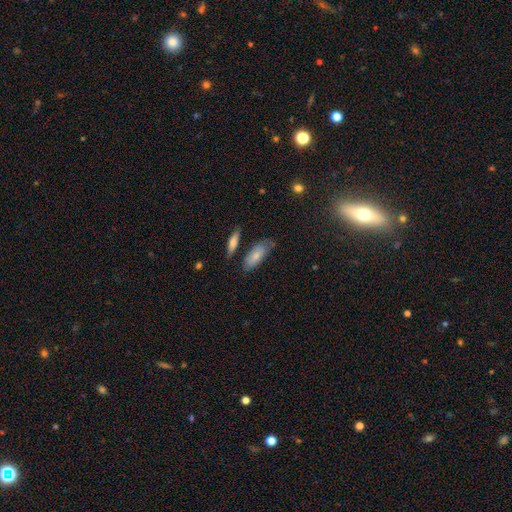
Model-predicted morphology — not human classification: Overall: smooth (71%). How rounded: in between (76%). Merging: none (63%; minor disturbance 23%).